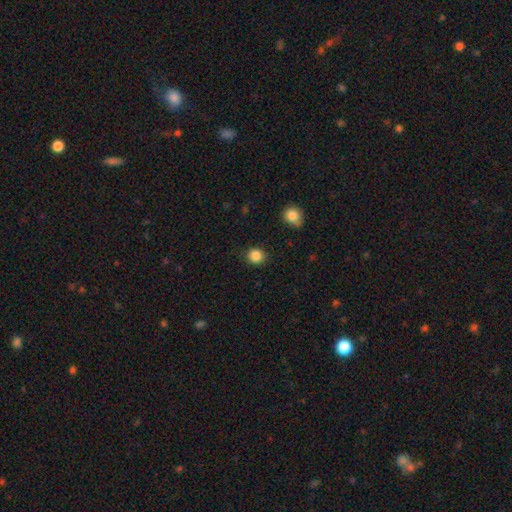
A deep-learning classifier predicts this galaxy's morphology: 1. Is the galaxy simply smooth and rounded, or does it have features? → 86% smooth, 10% star or artifact, 4% featured or disk.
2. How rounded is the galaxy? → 84% round, 15% in between, 1% cigar-shaped.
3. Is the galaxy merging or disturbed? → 86% none, 10% minor disturbance, 3% major disturbance, 2% merger.